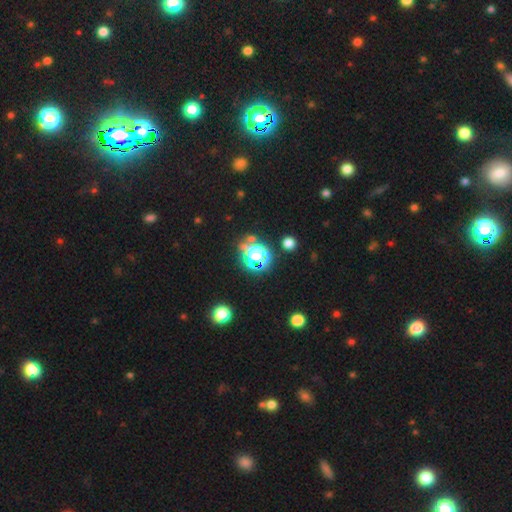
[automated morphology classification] Smooth or featured? Predicted: star or artifact (p=0.56).